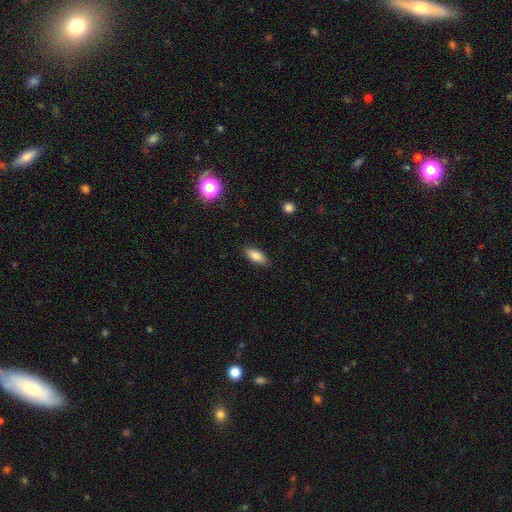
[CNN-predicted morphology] type=smooth (83%); roundness=in between (82%); merging=none (86%).